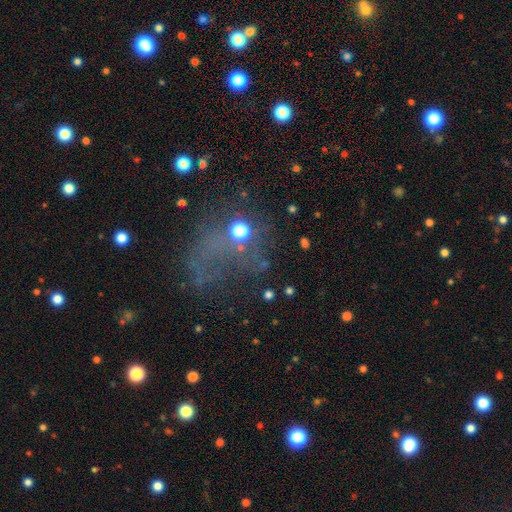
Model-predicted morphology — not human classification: A star or artifact, not a galaxy (39%).